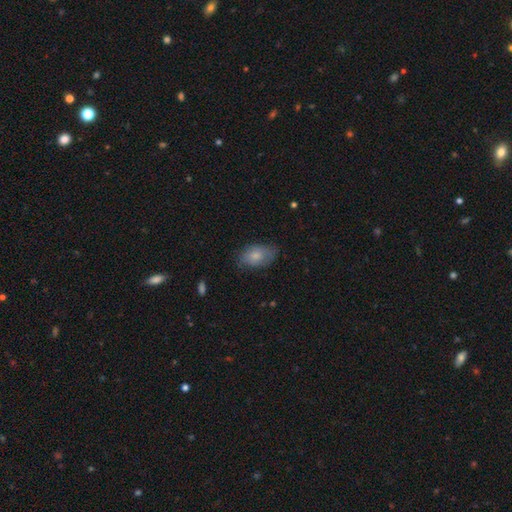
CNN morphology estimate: smooth-or-featured: smooth: 72% | featured or disk: 21% | star or artifact: 7%
  how-rounded: in between: 90% | round: 8% | cigar-shaped: 2%
  merging: none: 65% | minor disturbance: 27% | major disturbance: 7% | merger: 1%